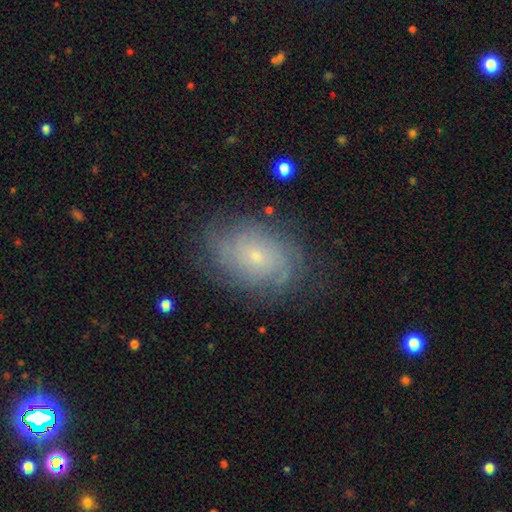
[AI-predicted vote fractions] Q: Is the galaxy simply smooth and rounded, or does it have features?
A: featured or disk — 69%.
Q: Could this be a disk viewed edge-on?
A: no — 96%.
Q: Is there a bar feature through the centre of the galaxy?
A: no — 79%.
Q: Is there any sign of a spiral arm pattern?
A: yes — 88%.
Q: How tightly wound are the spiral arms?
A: tight — 65%.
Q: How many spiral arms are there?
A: can't tell — 54%.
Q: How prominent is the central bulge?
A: small — 80%.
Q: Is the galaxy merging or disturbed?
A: none — 74%.